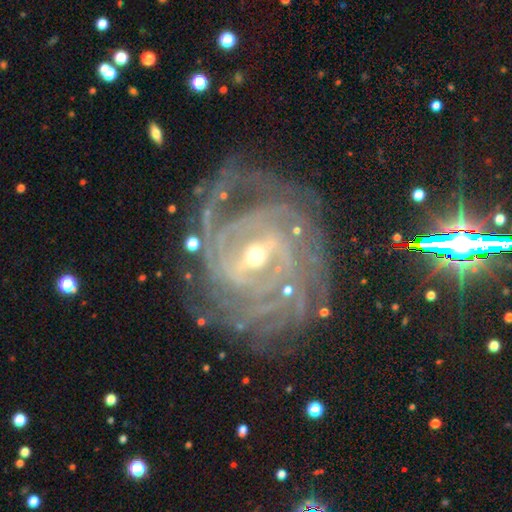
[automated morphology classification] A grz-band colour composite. It shows a featured or disk galaxy (92%) with a strong bar (50%), can't tell (20%, tied with 2 and 4) tight (66%) spiral arms (98%) and a small central bulge (60%). Merging: none (67%).